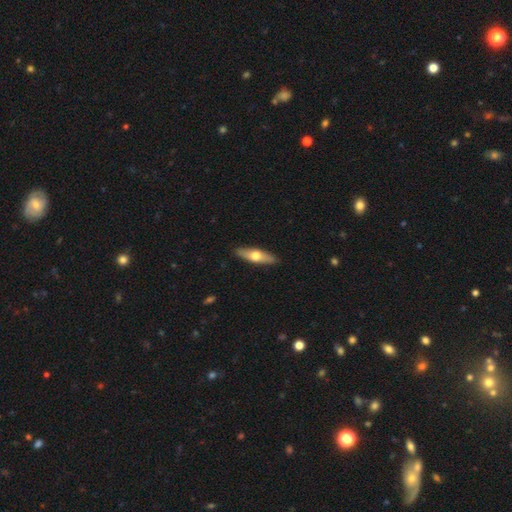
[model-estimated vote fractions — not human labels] Smooth or featured: smooth — 52% (featured or disk — 42%)
How rounded: cigar-shaped — 58% (in between — 40%)
Merging: none — 90% (minor disturbance — 7%)